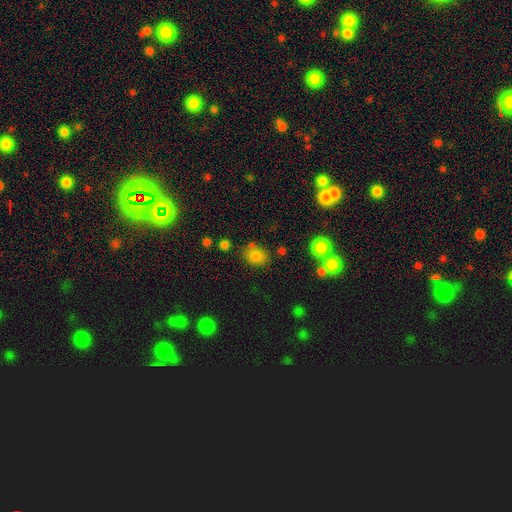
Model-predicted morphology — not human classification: smooth-or-featured: smooth: 80% | star or artifact: 13% | featured or disk: 7%
  how-rounded: round: 53% | in between: 46% | cigar-shaped: 1%
  merging: none: 71% | minor disturbance: 16% | merger: 9% | major disturbance: 5%